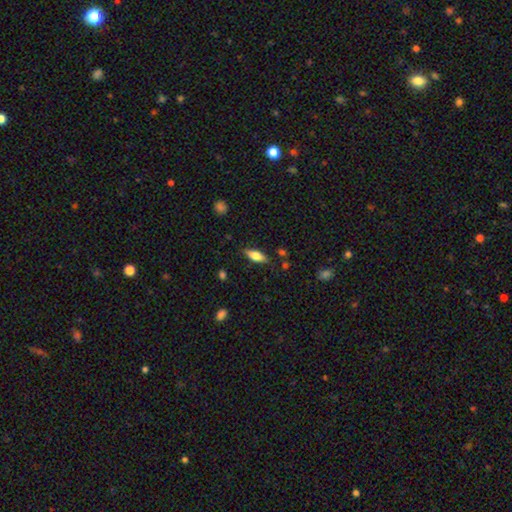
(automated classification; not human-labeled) Smooth or featured? smooth (67%)
How rounded? in between (72%)
Merging? none (82%)